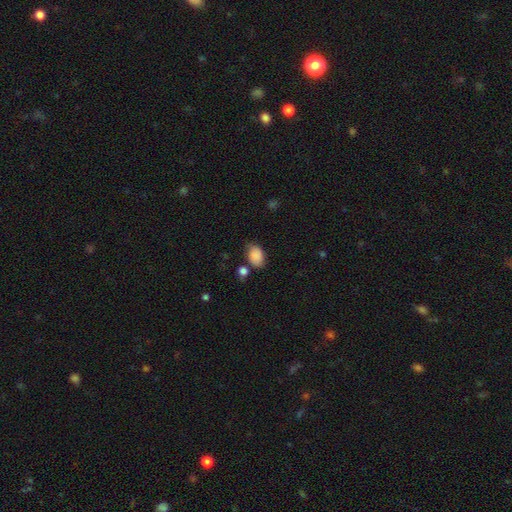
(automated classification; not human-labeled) smooth_or_featured: smooth (p=0.87) [alt: star or artifact p=0.08]
how_rounded: in between (p=0.81) [alt: round p=0.18]
merging: none (p=0.67) [alt: minor disturbance p=0.20]